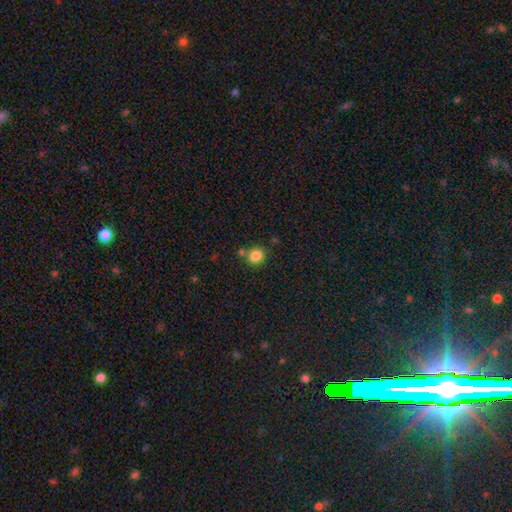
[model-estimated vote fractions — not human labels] This appears to be a smooth galaxy with no disk features (84%) that is round (85%). Merging: none (73%).